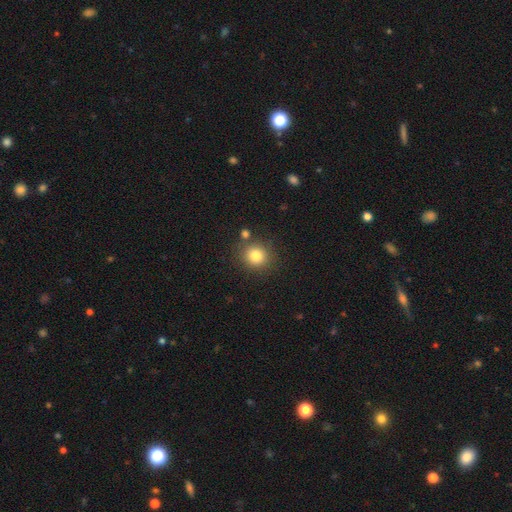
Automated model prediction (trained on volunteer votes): Overall: smooth (81%). How rounded: round (86%). Merging: none (81%).